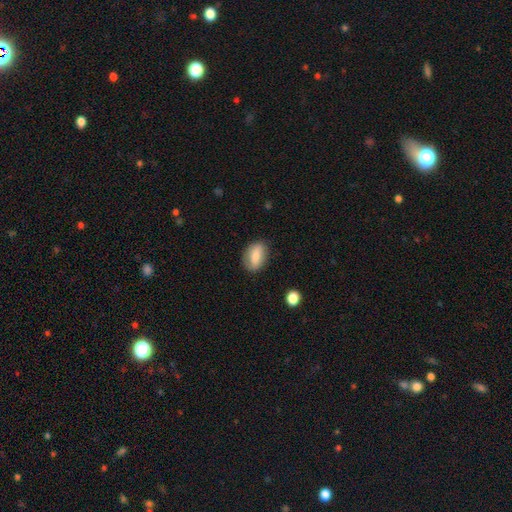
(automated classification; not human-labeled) Morphology: type=smooth (72%); roundness=in between (84%); merging=none (81%).